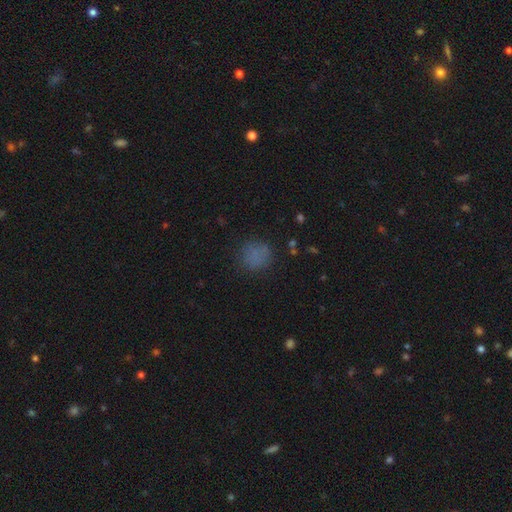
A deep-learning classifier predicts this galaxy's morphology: A smooth galaxy with no disk features (75%) that is round (87%).

Vote fractions:
- Smooth or featured? smooth: 75% / star or artifact: 17% / featured or disk: 8%
- How rounded? round: 87% / in between: 12% / cigar-shaped: 1%
- Merging? none: 77% / minor disturbance: 14% / major disturbance: 6% / merger: 2%